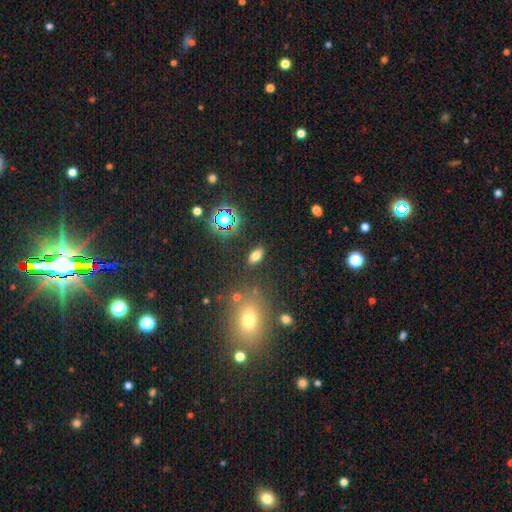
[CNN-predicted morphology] The model was most divided on "smooth or featured": smooth: 71%, star or artifact: 17%, featured or disk: 12%. More confident: merging — none (84%); how rounded — in between (84%).